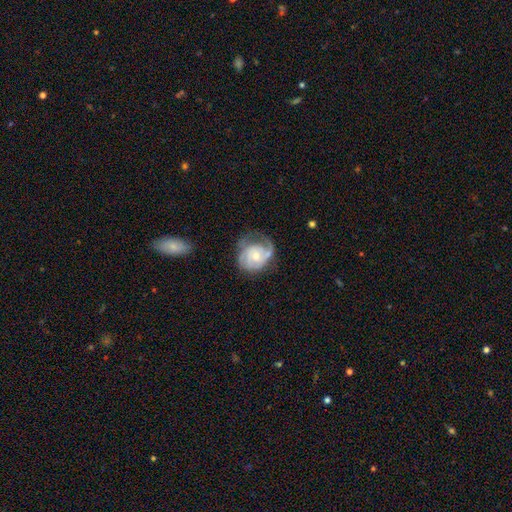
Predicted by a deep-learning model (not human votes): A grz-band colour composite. It shows a featured or disk galaxy (76%) with no bar (72%), 2 (40%) tight (50%) spiral arms (89%) and a small central bulge (49%). Merging: none (48%).